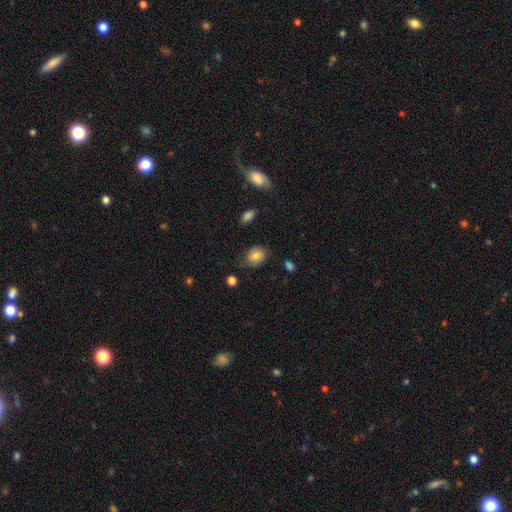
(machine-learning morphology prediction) A smooth galaxy with no disk features (79%) that is in between round and cigar-shaped (54%). Merging: none (69%).